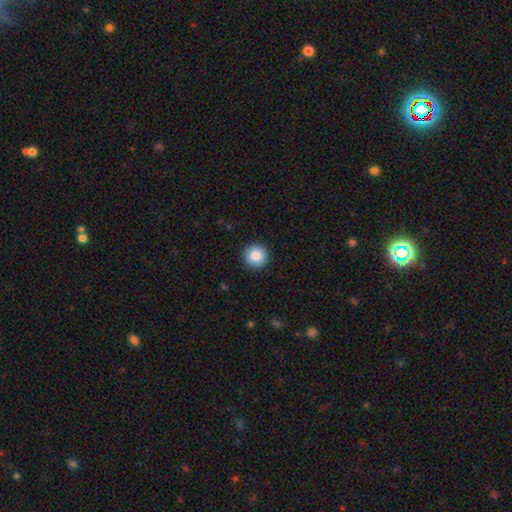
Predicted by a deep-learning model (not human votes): smooth_or_featured: smooth (p=0.87) [alt: star or artifact p=0.09]
how_rounded: round (p=0.96) [alt: in between p=0.03]
merging: none (p=0.93) [alt: minor disturbance p=0.05]